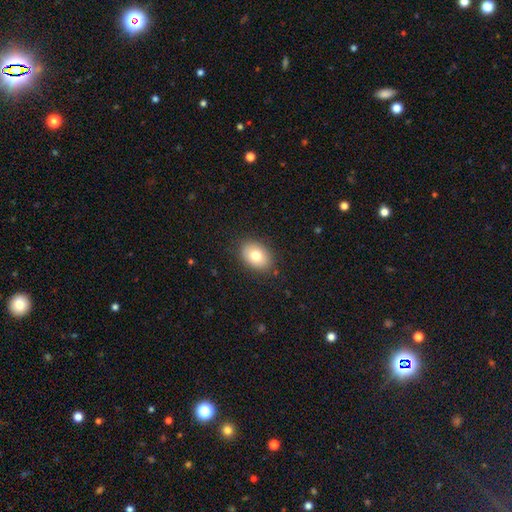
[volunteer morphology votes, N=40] A smooth galaxy with no disk features (78%) that is in between round and cigar-shaped (84%).

Vote fractions:
- Smooth or featured? smooth: 78% / featured or disk: 15% / star or artifact: 8%
- How rounded? in between: 84% / round: 16% / cigar-shaped: 0%
- Merging? none: 86% / minor disturbance: 14% / major disturbance: 0% / merger: 0%